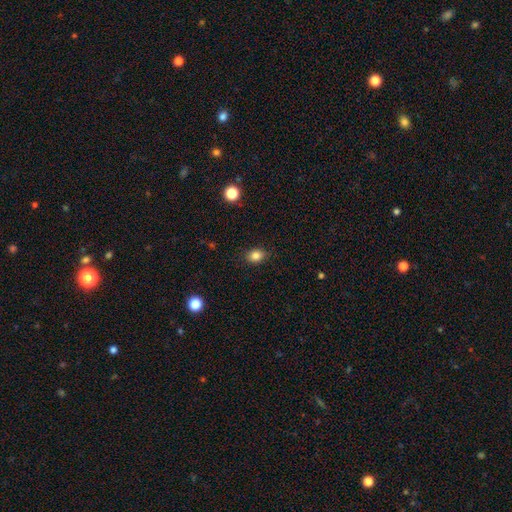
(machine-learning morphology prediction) Smooth or featured? Predicted: smooth (p=0.84). How rounded? Predicted: in between (p=0.62). Merging? Predicted: none (p=0.86).